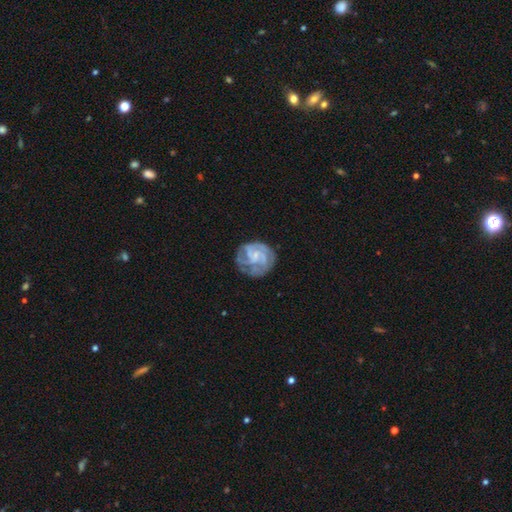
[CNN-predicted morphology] type=featured or disk (84%); edge-on=no (98%); bar=no (54%); spiral arms=yes (95%); winding=tight (58%); arm count=3 (38%); bulge=small (58%); merging=none (68%).